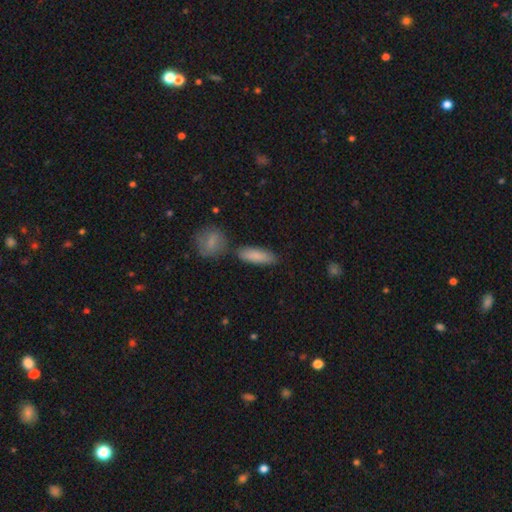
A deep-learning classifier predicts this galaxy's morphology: Smooth or featured? smooth (81%)
How rounded? in between (58%)
Merging? none (73%)